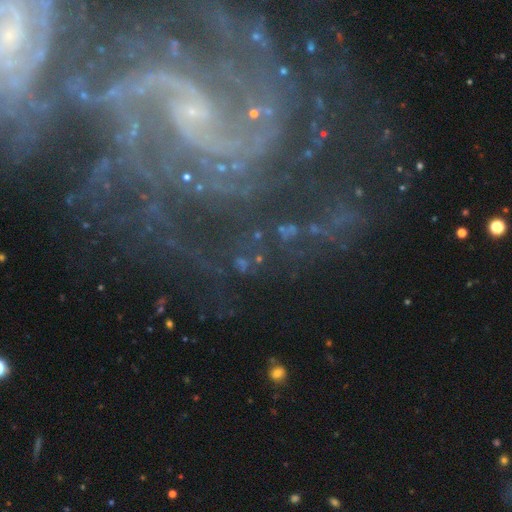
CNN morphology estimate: Smooth or featured? featured or disk (85%)
Edge-on disk? no (98%)
Bar? no (42%)
Spiral arms? yes (97%)
Spiral winding? tight (46%)
Spiral arm count? 2 (34%)
Bulge size? small (80%)
Merging? none (64%)